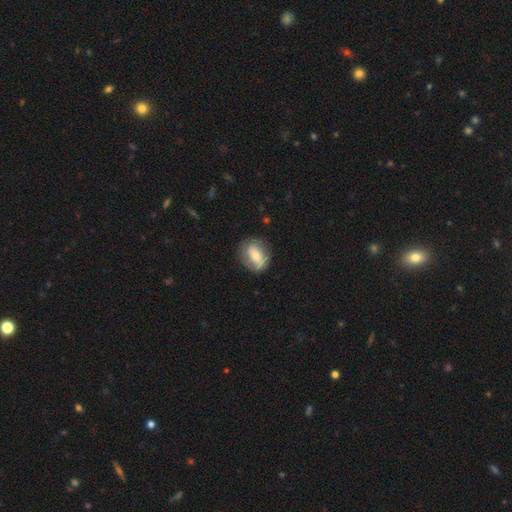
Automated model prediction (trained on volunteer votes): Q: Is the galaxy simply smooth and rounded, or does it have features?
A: featured or disk — 53%.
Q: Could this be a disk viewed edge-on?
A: no — 92%.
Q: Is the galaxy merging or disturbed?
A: none — 76%.